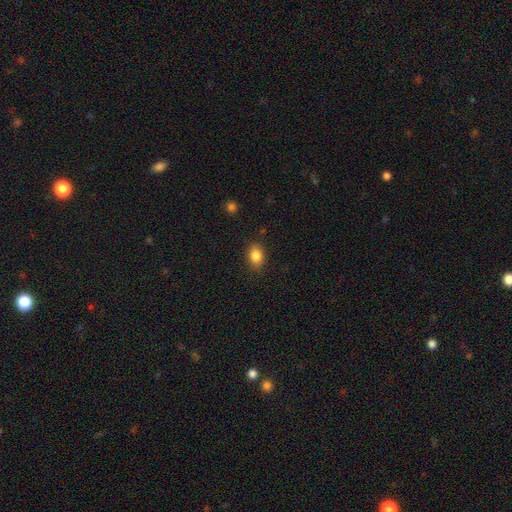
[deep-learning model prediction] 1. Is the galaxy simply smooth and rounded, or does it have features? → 85% smooth, 9% star or artifact, 5% featured or disk.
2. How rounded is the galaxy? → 73% in between, 26% round, 1% cigar-shaped.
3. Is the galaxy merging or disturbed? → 85% none, 11% minor disturbance, 3% major disturbance, 1% merger.